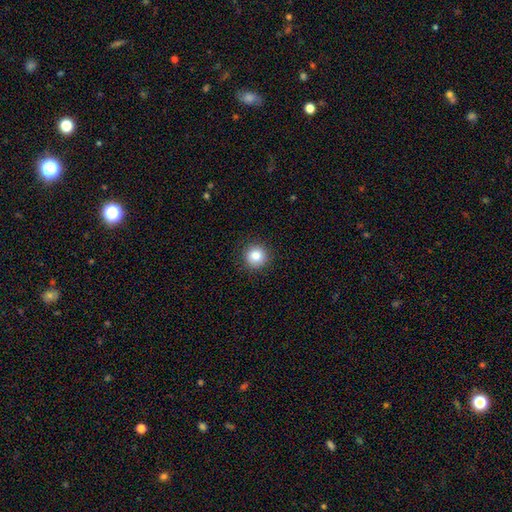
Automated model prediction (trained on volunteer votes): Smooth or featured?
  - smooth: 84% *
  - star or artifact: 10%
  - featured or disk: 6%
How rounded?
  - round: 94% *
  - in between: 5%
  - cigar-shaped: 1%
Merging?
  - none: 91% *
  - minor disturbance: 6%
  - major disturbance: 2%
  - merger: 1%